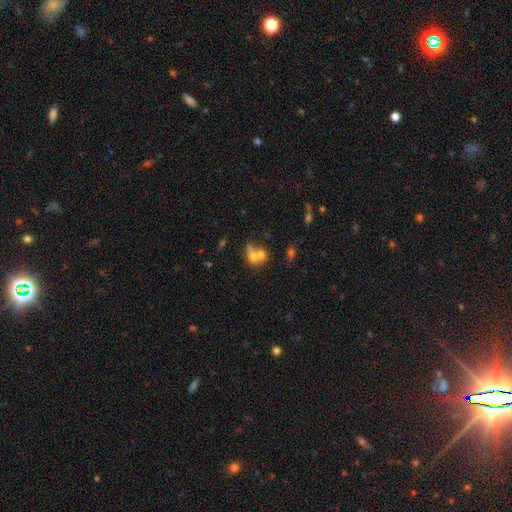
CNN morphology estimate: Overall: smooth (63%; featured or disk 24%). How rounded: round (53%; in between 45%). Merging: merger (66%).